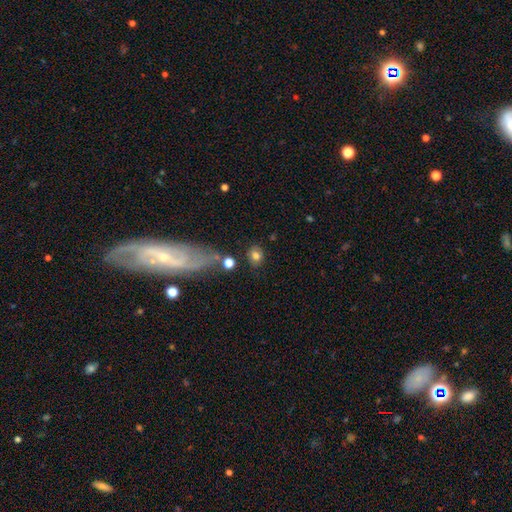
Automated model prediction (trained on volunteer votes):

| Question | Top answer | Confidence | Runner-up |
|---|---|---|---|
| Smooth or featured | smooth | 77% | star or artifact (12%) |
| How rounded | round | 63% | in between (35%) |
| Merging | none | 76% | minor disturbance (12%) |